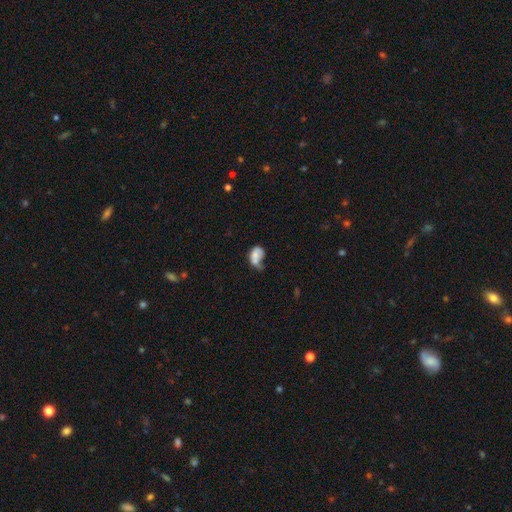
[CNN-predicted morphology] Smooth or featured: smooth — 65% (featured or disk — 25%)
How rounded: in between — 75% (round — 24%)
Merging: major disturbance — 29% (merger — 26%)